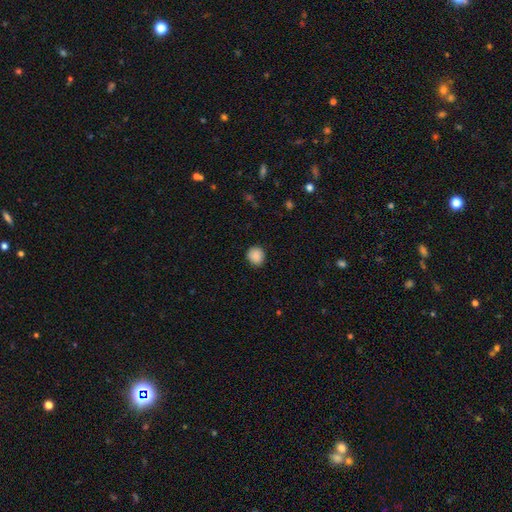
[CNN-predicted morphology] This appears to be a smooth galaxy with no disk features (88%) that is round (87%). Merging: none (88%).